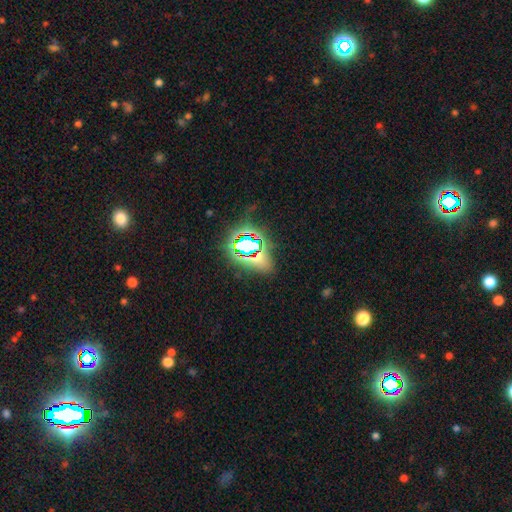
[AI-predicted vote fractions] Smooth or featured? star or artifact (61%)